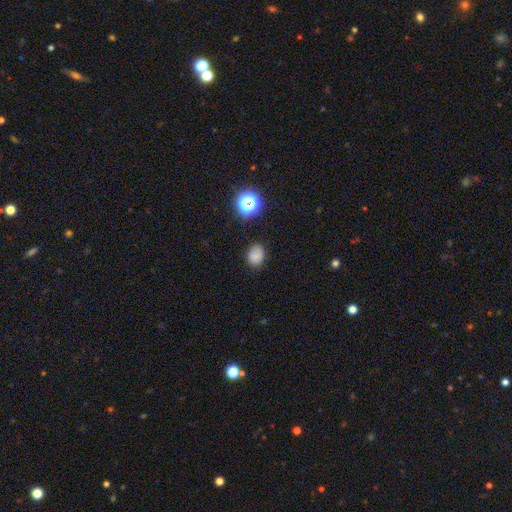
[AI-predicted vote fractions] smooth 78%, star or artifact 15%, featured or disk 7%. Down the decision tree: how rounded — in between (53%); merging — none (77%).